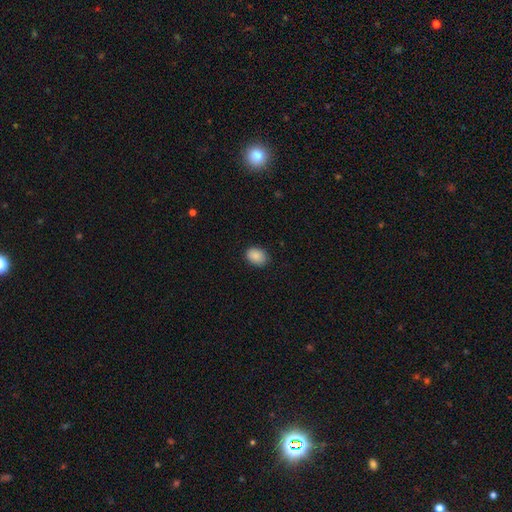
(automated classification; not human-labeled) Smooth or featured? smooth (89%)
How rounded? in between (71%)
Merging? none (86%)